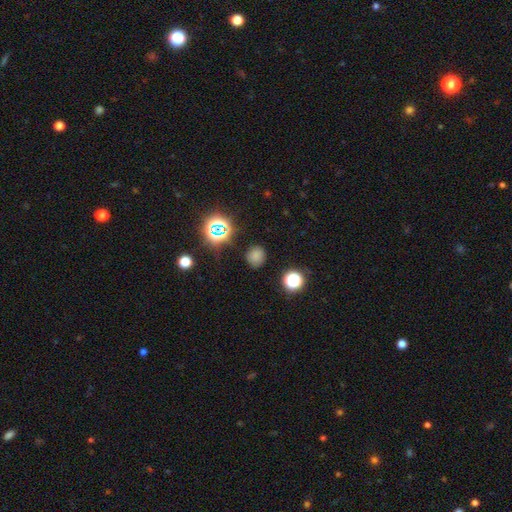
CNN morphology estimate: The model was most divided on "smooth or featured": smooth: 71%, star or artifact: 23%, featured or disk: 6%. More confident: merging — none (81%); how rounded — round (77%).